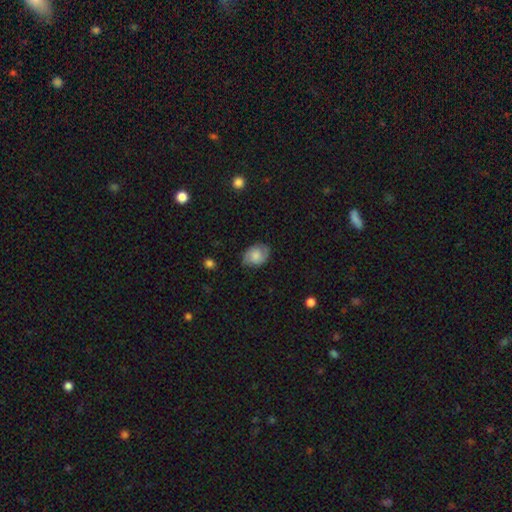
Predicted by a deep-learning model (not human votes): Morphology: type=smooth (58%); roundness=in between (70%); merging=none (74%).